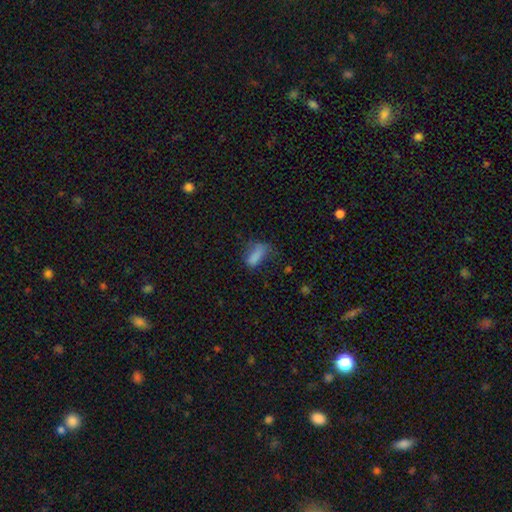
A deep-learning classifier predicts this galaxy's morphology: smooth 78%, star or artifact 12%, featured or disk 10%. Down the decision tree: how rounded — in between (82%); merging — none (37%).